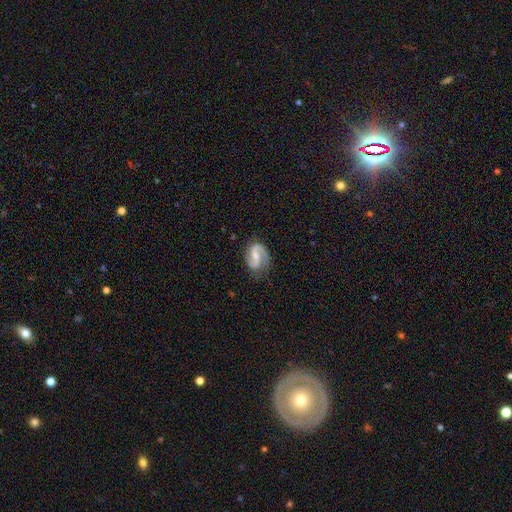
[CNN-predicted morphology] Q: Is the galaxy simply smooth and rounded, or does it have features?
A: featured or disk — 87%.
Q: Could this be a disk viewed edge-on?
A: no — 98%.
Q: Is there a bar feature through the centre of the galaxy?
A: weak — 48%.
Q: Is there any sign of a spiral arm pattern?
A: yes — 97%.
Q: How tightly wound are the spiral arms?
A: medium — 47%.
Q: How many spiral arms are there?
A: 2 — 89%.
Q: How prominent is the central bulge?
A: moderate — 47%.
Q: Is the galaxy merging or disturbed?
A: none — 76%.